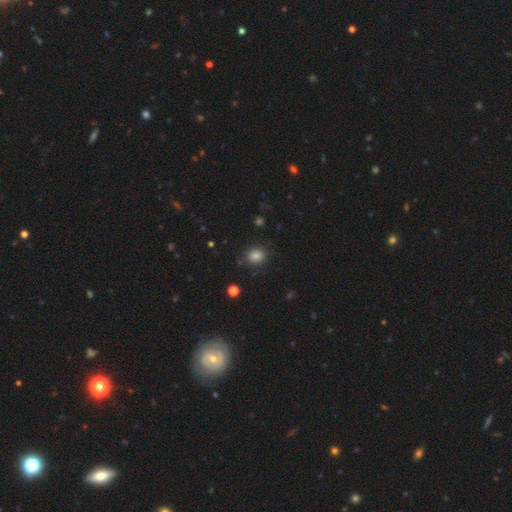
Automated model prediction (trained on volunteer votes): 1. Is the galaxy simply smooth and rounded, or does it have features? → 83% smooth, 13% star or artifact, 5% featured or disk.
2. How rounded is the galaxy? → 58% round, 41% in between, 1% cigar-shaped.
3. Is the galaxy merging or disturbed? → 82% none, 12% minor disturbance, 4% major disturbance, 2% merger.